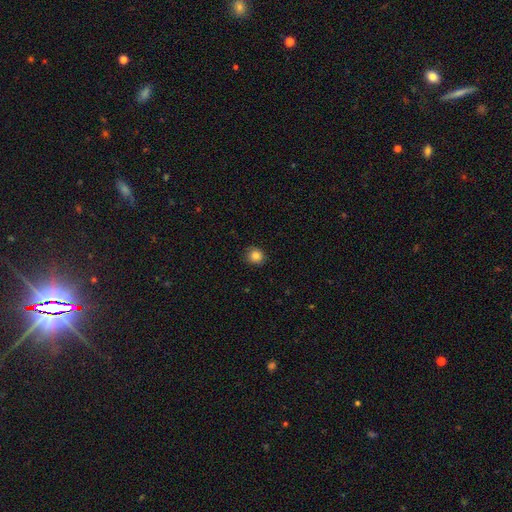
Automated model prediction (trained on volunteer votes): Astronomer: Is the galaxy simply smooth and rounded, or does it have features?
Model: smooth — 85%.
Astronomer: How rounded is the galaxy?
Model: round — 82%.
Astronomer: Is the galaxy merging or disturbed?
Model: none — 86%.